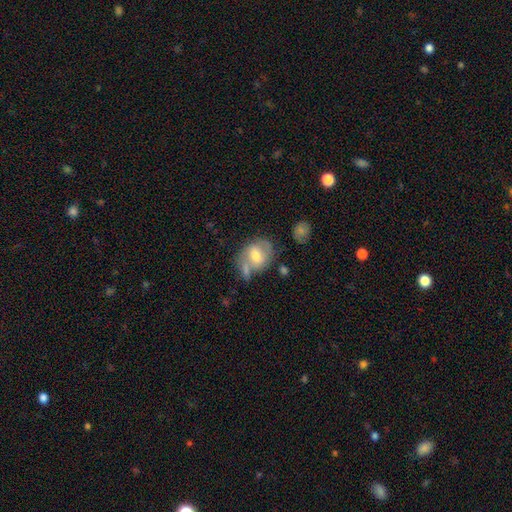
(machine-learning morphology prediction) featured or disk 52%, smooth 40%, star or artifact 8%. Down the decision tree: edge-on disk — no (95%); merging — none (44%).